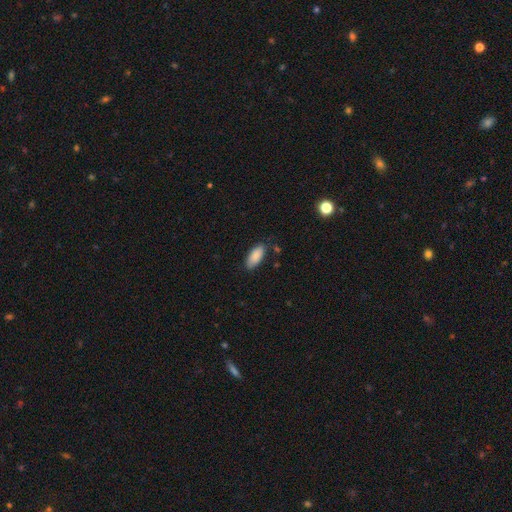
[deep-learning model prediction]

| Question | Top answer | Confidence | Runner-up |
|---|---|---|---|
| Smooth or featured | smooth | 88% | star or artifact (6%) |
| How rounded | in between | 88% | cigar-shaped (10%) |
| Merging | none | 79% | minor disturbance (15%) |